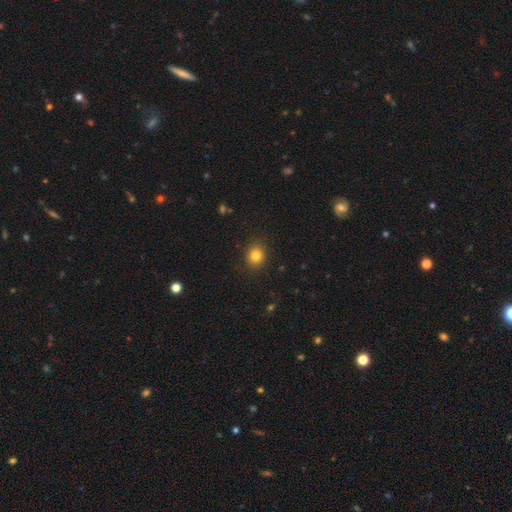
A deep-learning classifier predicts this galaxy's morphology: smooth 82%, star or artifact 12%, featured or disk 6%. Down the decision tree: how rounded — round (73%); merging — none (89%).